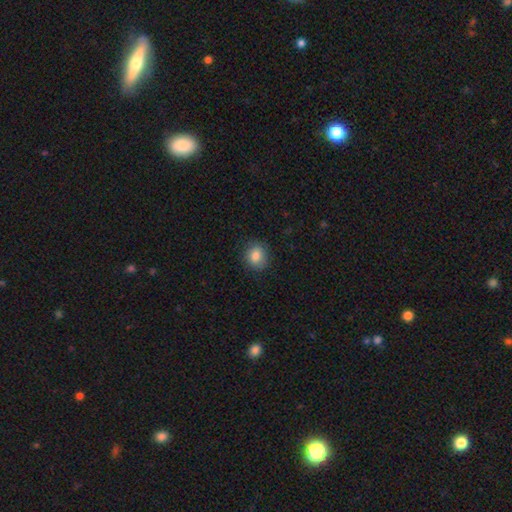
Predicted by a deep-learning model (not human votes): smooth 84%, star or artifact 9%, featured or disk 6%. Down the decision tree: how rounded — round (73%); merging — none (86%).